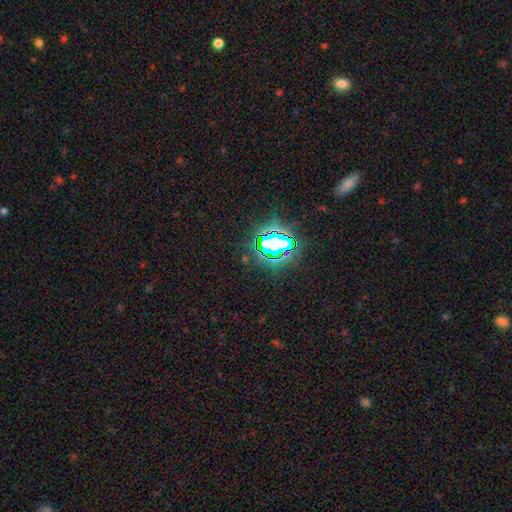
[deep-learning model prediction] Smooth or featured? star or artifact (82%)